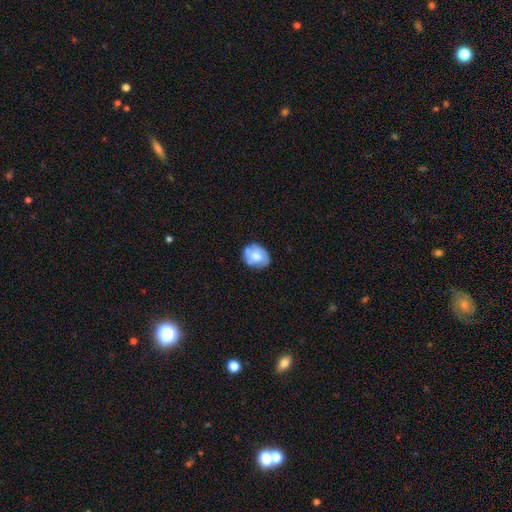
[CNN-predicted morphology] A smooth galaxy with no disk features (56%) that is in between round and cigar-shaped (53%). Merging: none (70%).